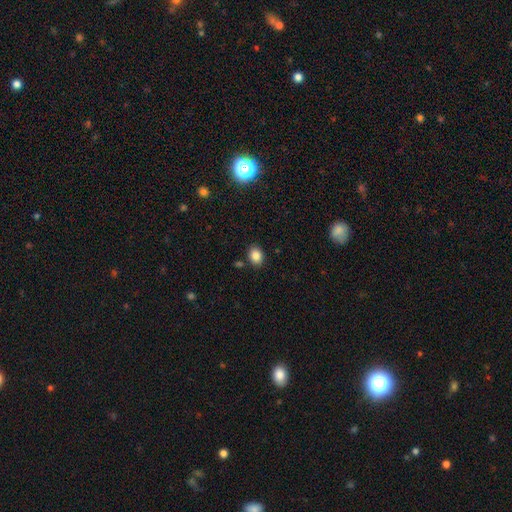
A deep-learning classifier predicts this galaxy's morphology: Smooth or featured: smooth — 85% (star or artifact — 10%)
How rounded: in between — 62% (round — 37%)
Merging: none — 84% (minor disturbance — 10%)